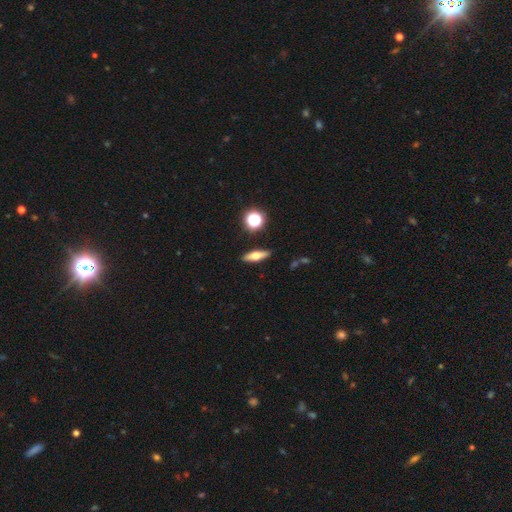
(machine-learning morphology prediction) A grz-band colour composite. It shows a smooth galaxy with no disk features (47%). Merging: none (88%).